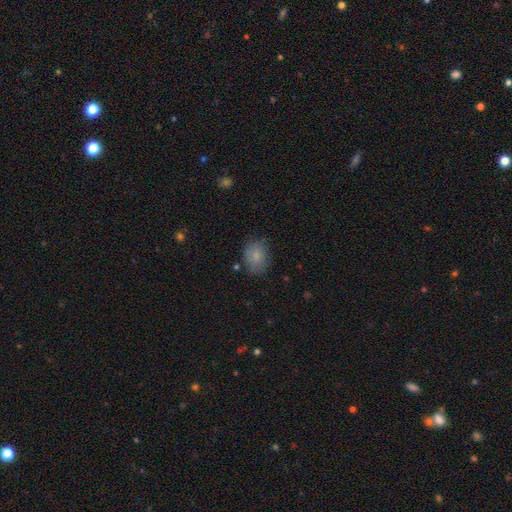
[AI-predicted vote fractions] This appears to be a smooth galaxy with no disk features (77%) that is in between round and cigar-shaped (62%). Merging: none (67%).